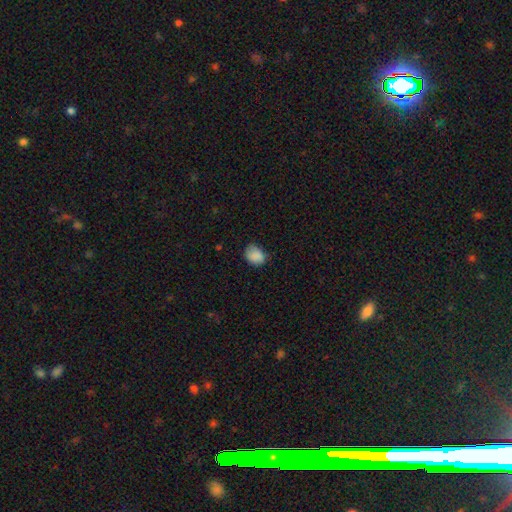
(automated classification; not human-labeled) Smooth or featured?
  - smooth: 86% *
  - star or artifact: 8%
  - featured or disk: 5%
How rounded?
  - in between: 58% *
  - round: 41%
  - cigar-shaped: 1%
Merging?
  - none: 64% *
  - minor disturbance: 28%
  - major disturbance: 6%
  - merger: 1%